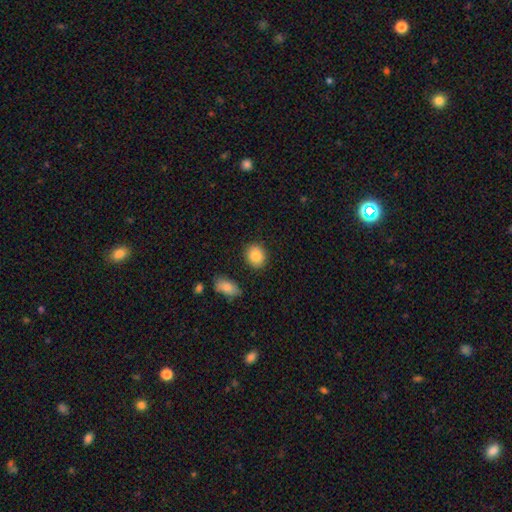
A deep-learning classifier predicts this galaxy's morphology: smooth-or-featured: smooth: 87% | star or artifact: 8% | featured or disk: 6%
  how-rounded: round: 58% | in between: 40% | cigar-shaped: 1%
  merging: none: 87% | minor disturbance: 8% | merger: 3% | major disturbance: 2%